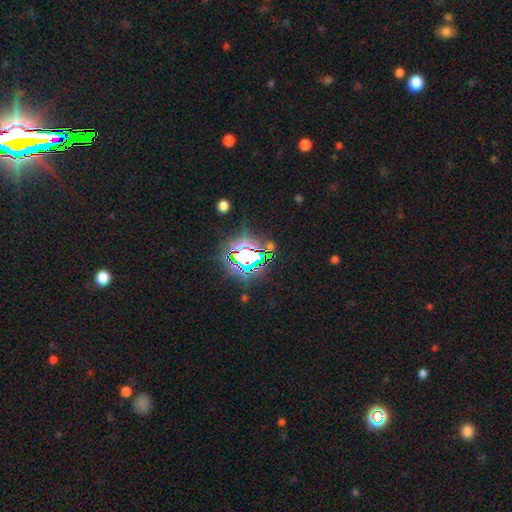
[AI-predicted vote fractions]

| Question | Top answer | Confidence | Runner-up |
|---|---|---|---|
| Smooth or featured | star or artifact | 74% | smooth (15%) |